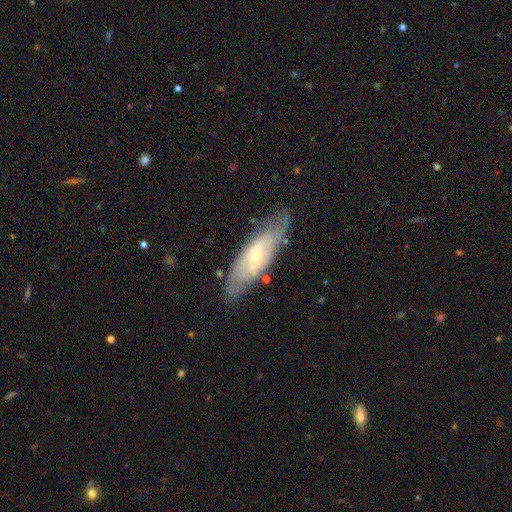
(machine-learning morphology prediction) The model was most divided on "bar": no: 58%, weak: 33%, strong: 10%. More confident: spiral arms — yes (78%); edge-on disk — no (76%); merging — none (76%); smooth or featured — featured or disk (71%); bulge size — small (70%).